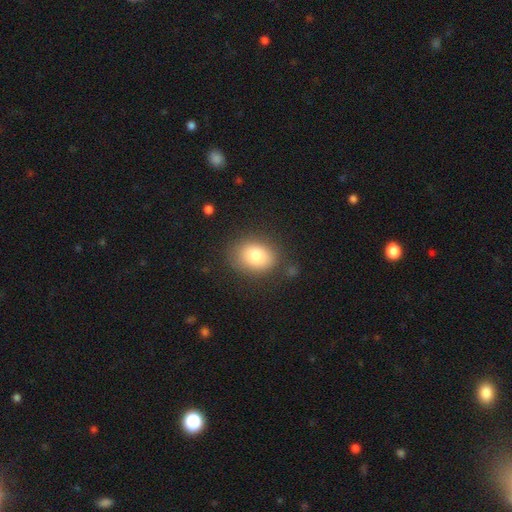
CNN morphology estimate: Smooth or featured? Predicted: smooth (p=0.81). How rounded? Predicted: in between (p=0.69). Merging? Predicted: none (p=0.80).